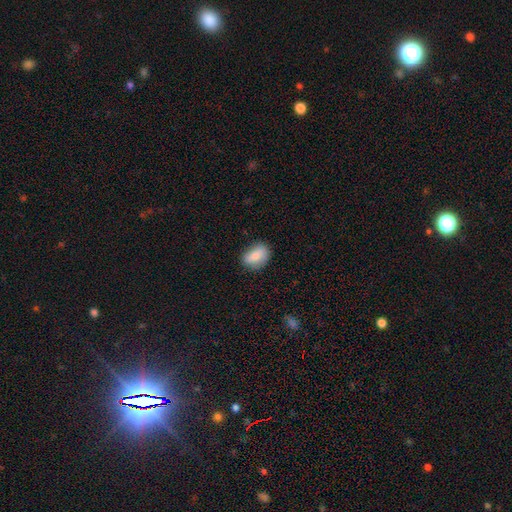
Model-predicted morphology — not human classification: Smooth or featured? Predicted: smooth (p=0.81). How rounded? Predicted: in between (p=0.79). Merging? Predicted: none (p=0.76).